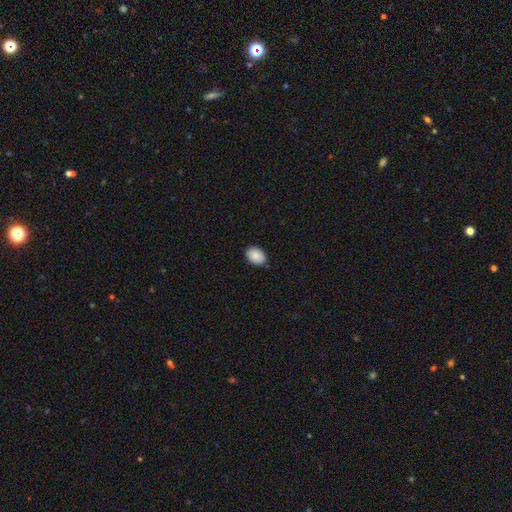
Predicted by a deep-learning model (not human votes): smooth-or-featured: smooth: 90% | star or artifact: 7% | featured or disk: 3%
  how-rounded: in between: 76% | round: 23% | cigar-shaped: 1%
  merging: none: 88% | minor disturbance: 9% | major disturbance: 2% | merger: 1%